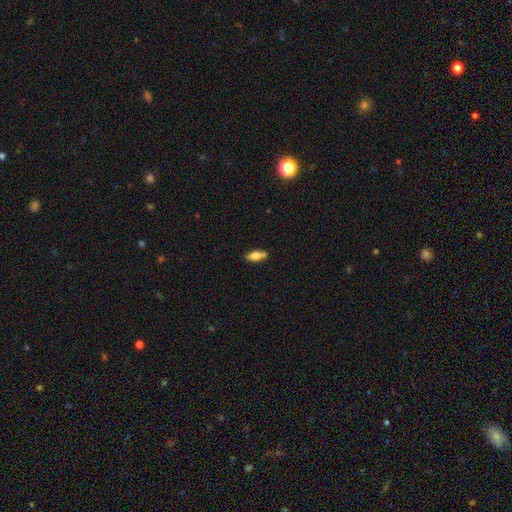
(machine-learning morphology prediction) The model was most divided on "how rounded": in between: 70%, cigar-shaped: 28%, round: 3%. More confident: merging — none (80%); smooth or featured — smooth (69%).